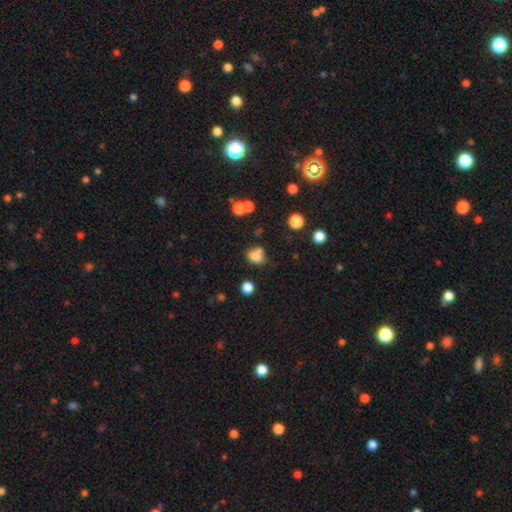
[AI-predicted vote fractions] This appears to be a smooth galaxy with no disk features (76%) that is in between round and cigar-shaped (50%). Merging: none (47%).